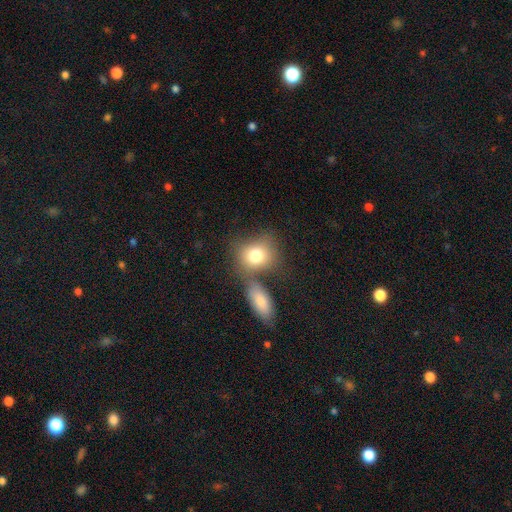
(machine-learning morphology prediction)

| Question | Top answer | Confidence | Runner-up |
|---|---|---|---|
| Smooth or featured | smooth | 78% | featured or disk (13%) |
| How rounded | round | 62% | in between (36%) |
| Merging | none | 49% | merger (33%) |